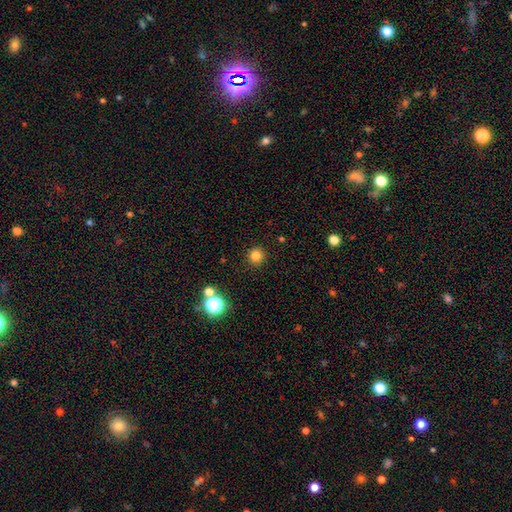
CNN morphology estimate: Smooth or featured? smooth (81%)
How rounded? round (94%)
Merging? none (90%)